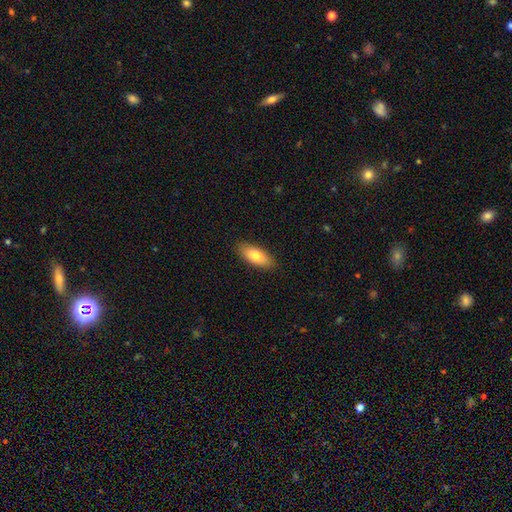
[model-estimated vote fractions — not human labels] A smooth galaxy with no disk features (77%) that is in between round and cigar-shaped (78%).

Vote fractions:
- Smooth or featured? smooth: 77% / featured or disk: 17% / star or artifact: 6%
- How rounded? in between: 78% / cigar-shaped: 20% / round: 2%
- Merging? none: 88% / minor disturbance: 9% / major disturbance: 2% / merger: 1%